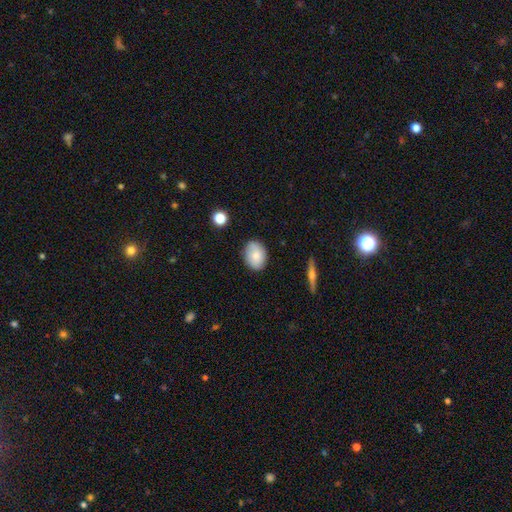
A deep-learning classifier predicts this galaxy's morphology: smooth_or_featured: smooth (p=0.76) [alt: featured or disk p=0.16]
how_rounded: in between (p=0.70) [alt: round p=0.29]
merging: none (p=0.80) [alt: minor disturbance p=0.15]